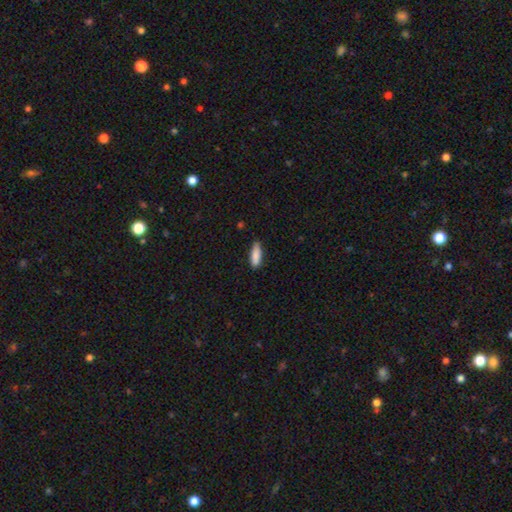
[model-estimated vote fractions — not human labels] Smooth or featured? Predicted: smooth (p=0.88). How rounded? Predicted: in between (p=0.53). Merging? Predicted: none (p=0.75).